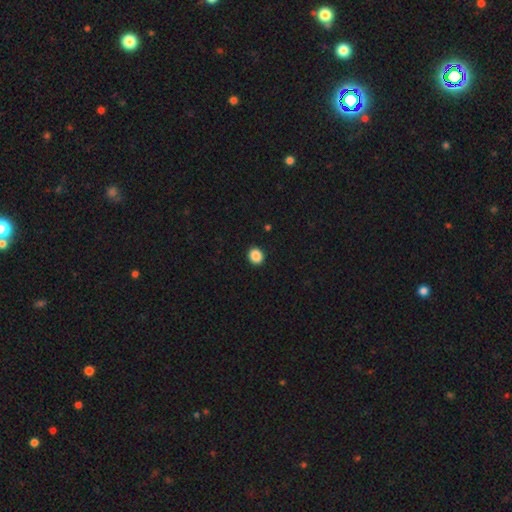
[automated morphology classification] Smooth or featured? smooth (88%)
How rounded? round (74%)
Merging? none (93%)